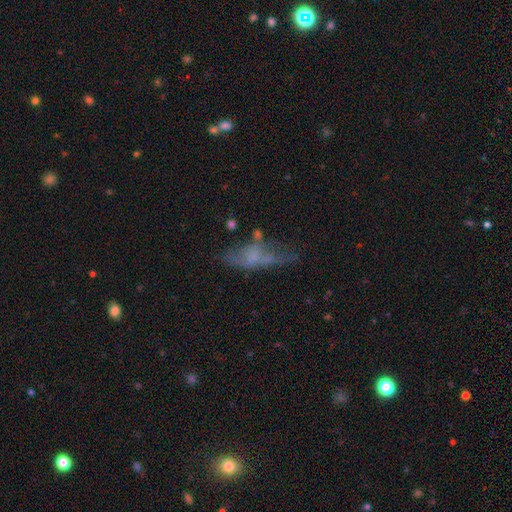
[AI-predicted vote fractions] A featured or disk galaxy (44%).

Vote fractions:
- Smooth or featured? featured or disk: 44% / smooth: 42% / star or artifact: 15%
- Merging? none: 38% / major disturbance: 27% / minor disturbance: 25% / merger: 9%